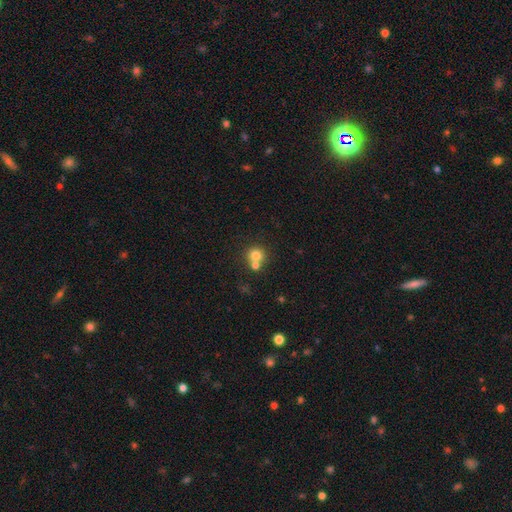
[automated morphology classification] smooth_or_featured: smooth (p=0.77) [alt: star or artifact p=0.13]
how_rounded: round (p=0.89) [alt: in between p=0.10]
merging: none (p=0.52) [alt: merger p=0.39]